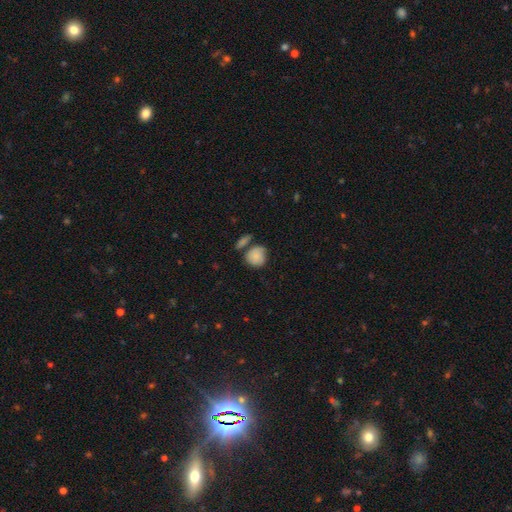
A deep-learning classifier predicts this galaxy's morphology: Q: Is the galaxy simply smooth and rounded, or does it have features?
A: smooth — 80%.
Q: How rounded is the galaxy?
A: round — 77%.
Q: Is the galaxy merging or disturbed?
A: none — 52%.